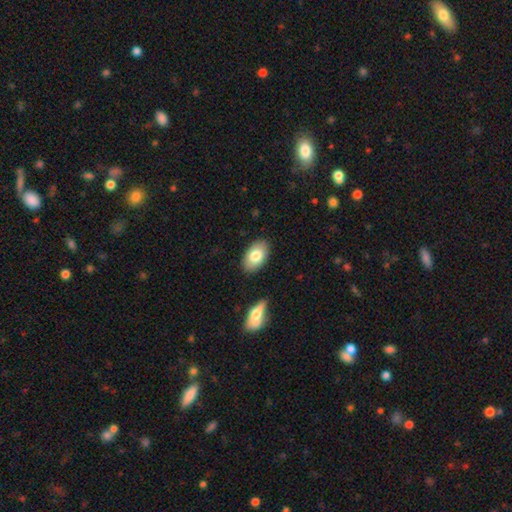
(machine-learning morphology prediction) smooth_or_featured: smooth (p=0.78) [alt: featured or disk p=0.16]
how_rounded: in between (p=0.92) [alt: round p=0.06]
merging: none (p=0.86) [alt: minor disturbance p=0.09]